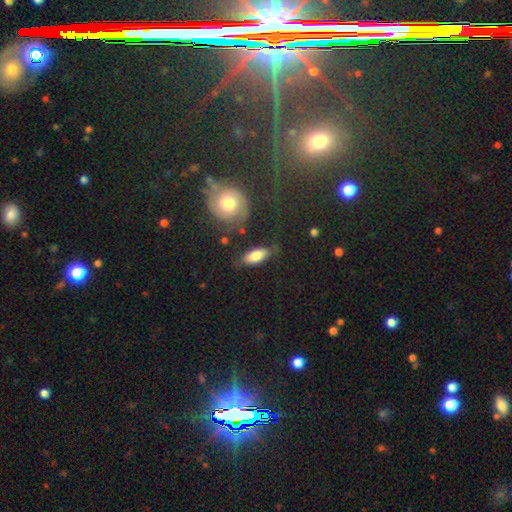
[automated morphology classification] smooth-or-featured: smooth: 76% | featured or disk: 17% | star or artifact: 7%
  how-rounded: in between: 80% | cigar-shaped: 17% | round: 3%
  merging: none: 71% | minor disturbance: 19% | major disturbance: 6% | merger: 4%